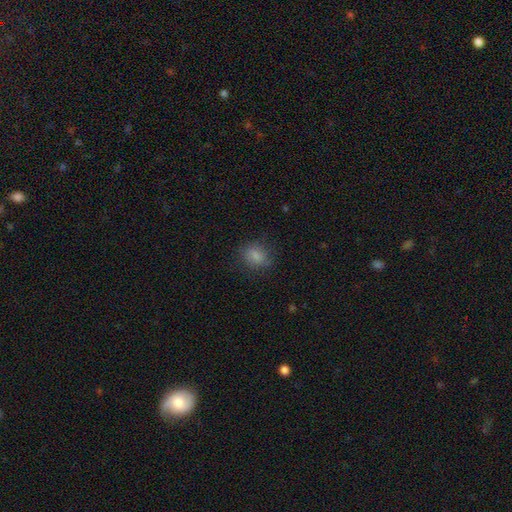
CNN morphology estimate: Smooth or featured? Predicted: smooth (p=0.80). How rounded? Predicted: in between (p=0.56). Merging? Predicted: none (p=0.73).